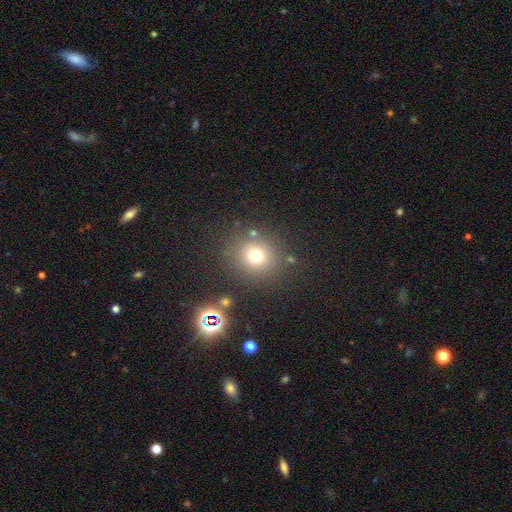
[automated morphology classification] type=smooth (73%); roundness=round (89%); merging=none (83%).